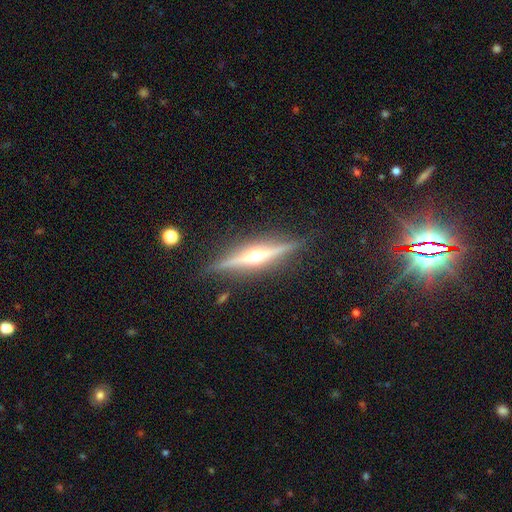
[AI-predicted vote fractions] Smooth or featured? Predicted: featured or disk (p=0.83). Edge-on disk? Predicted: yes (p=0.98). Edge-on bulge? Predicted: rounded (p=0.95). Merging? Predicted: none (p=0.89).